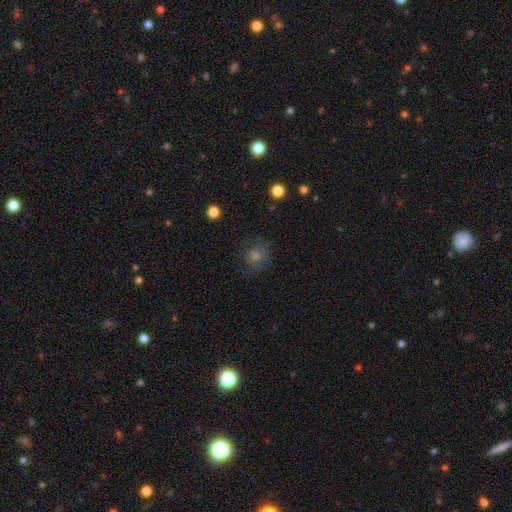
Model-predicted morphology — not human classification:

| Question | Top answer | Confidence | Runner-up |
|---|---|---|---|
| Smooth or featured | smooth | 61% | star or artifact (22%) |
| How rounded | round | 76% | in between (23%) |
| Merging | none | 74% | minor disturbance (16%) |